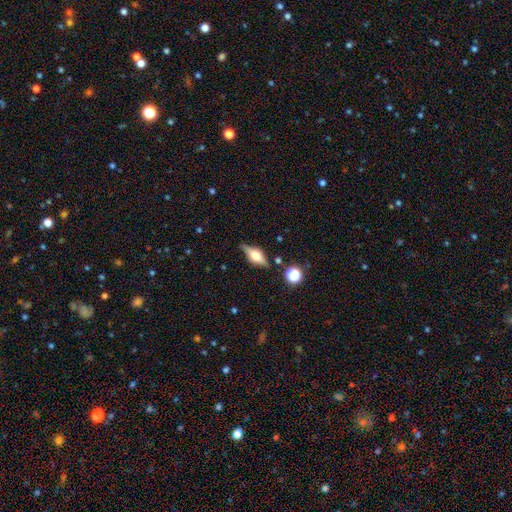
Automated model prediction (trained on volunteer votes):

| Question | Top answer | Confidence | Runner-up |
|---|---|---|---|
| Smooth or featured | featured or disk | 57% | smooth (34%) |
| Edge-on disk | yes | 91% | no (9%) |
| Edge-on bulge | rounded | 90% | boxy (9%) |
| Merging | none | 80% | minor disturbance (13%) |